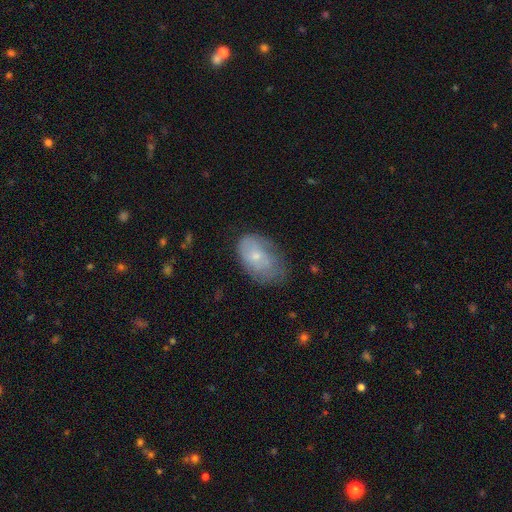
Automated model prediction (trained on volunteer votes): Q: Smooth or featured?
A: smooth (55%); runner-up: featured or disk (37%)
Q: How rounded?
A: in between (90%); runner-up: round (9%)
Q: Merging?
A: none (52%); runner-up: minor disturbance (33%)